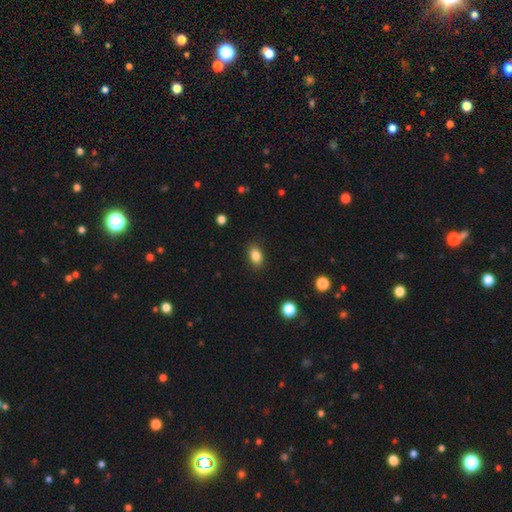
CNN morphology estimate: smooth 85%, star or artifact 9%, featured or disk 5%. Down the decision tree: how rounded — in between (83%); merging — none (87%).